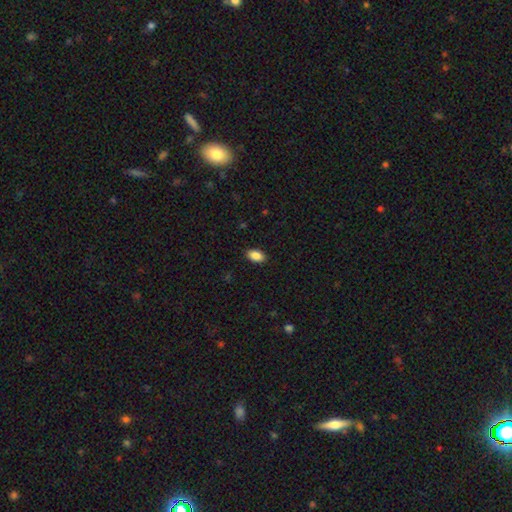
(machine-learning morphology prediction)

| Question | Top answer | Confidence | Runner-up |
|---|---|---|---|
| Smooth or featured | smooth | 88% | star or artifact (8%) |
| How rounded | in between | 92% | round (6%) |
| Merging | none | 89% | minor disturbance (8%) |